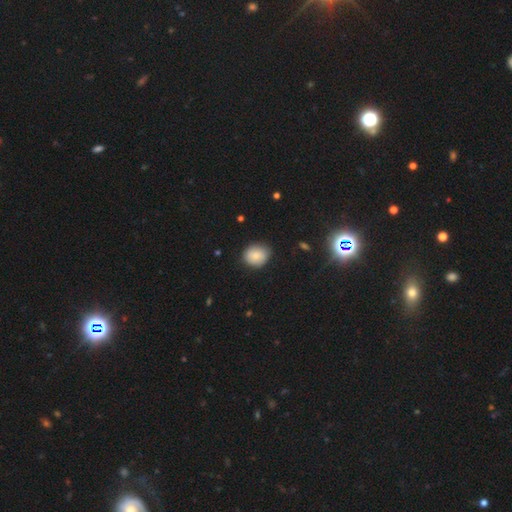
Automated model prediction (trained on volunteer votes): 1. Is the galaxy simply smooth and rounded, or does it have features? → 82% smooth, 9% featured or disk, 8% star or artifact.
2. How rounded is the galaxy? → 69% round, 30% in between, 1% cigar-shaped.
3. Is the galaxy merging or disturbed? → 80% none, 16% minor disturbance, 3% major disturbance, 1% merger.